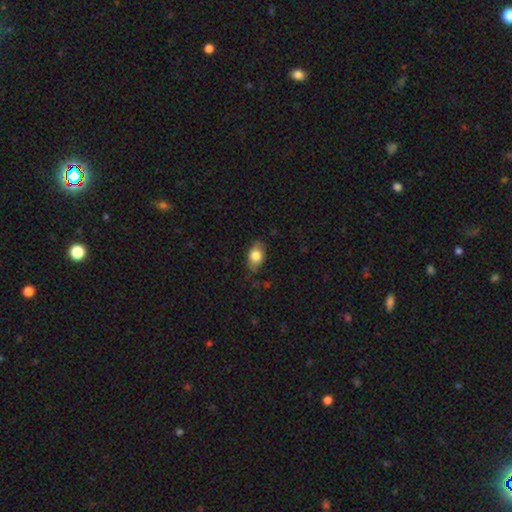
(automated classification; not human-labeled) smooth_or_featured: smooth (p=0.78) [alt: featured or disk p=0.14]
how_rounded: in between (p=0.84) [alt: round p=0.13]
merging: none (p=0.76) [alt: minor disturbance p=0.19]